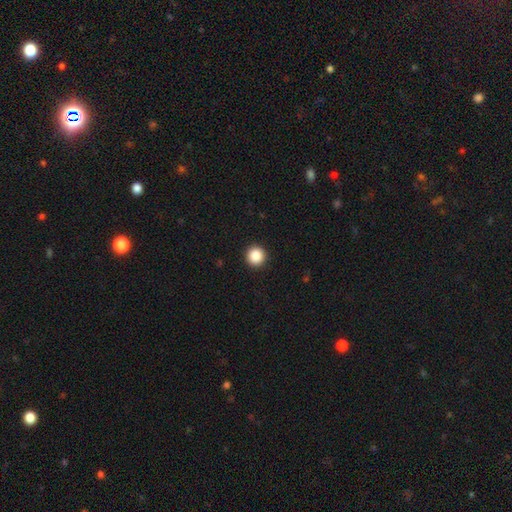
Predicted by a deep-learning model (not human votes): A smooth galaxy with no disk features (88%) that is round (95%). Merging: none (93%).